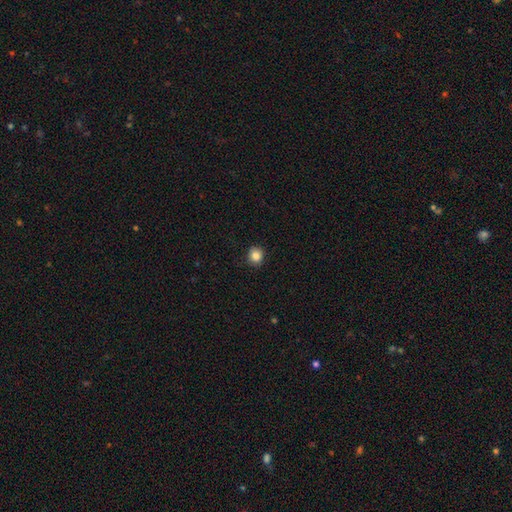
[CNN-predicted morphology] smooth-or-featured: smooth: 85% | star or artifact: 10% | featured or disk: 5%
  how-rounded: round: 87% | in between: 12% | cigar-shaped: 1%
  merging: none: 90% | minor disturbance: 7% | major disturbance: 2% | merger: 1%